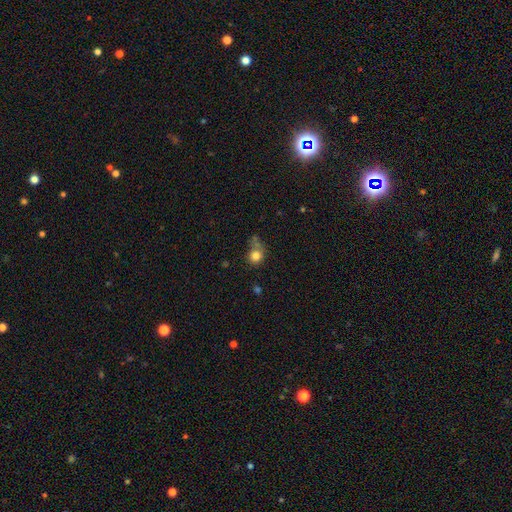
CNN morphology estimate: Q: Smooth or featured?
A: smooth (80%); runner-up: star or artifact (11%)
Q: How rounded?
A: round (81%); runner-up: in between (18%)
Q: Merging?
A: none (49%); runner-up: minor disturbance (21%)